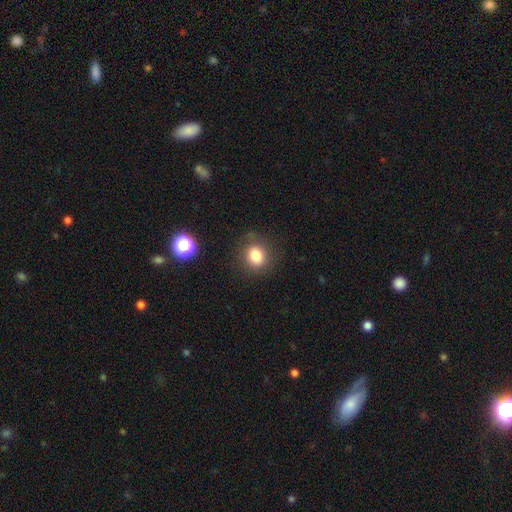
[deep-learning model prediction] Smooth or featured? Predicted: smooth (p=0.81). How rounded? Predicted: round (p=0.73). Merging? Predicted: none (p=0.82).